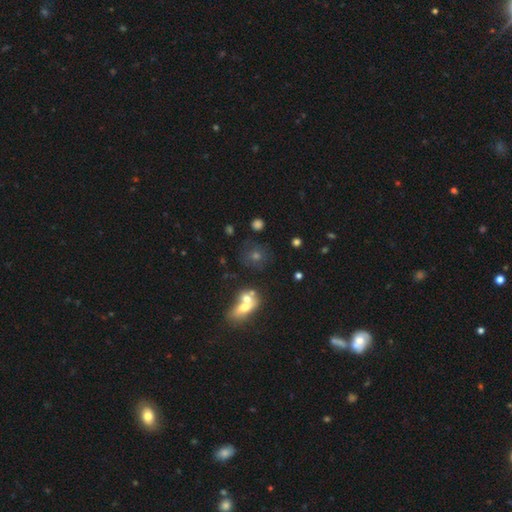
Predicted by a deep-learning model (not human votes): Smooth or featured: smooth — 54% (star or artifact — 27%)
How rounded: round — 75% (in between — 22%)
Merging: none — 60% (merger — 23%)